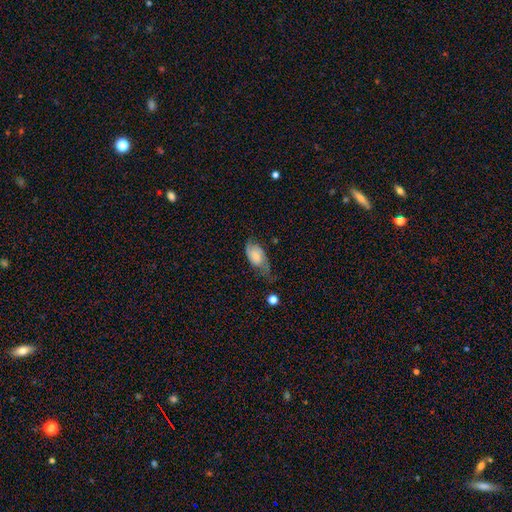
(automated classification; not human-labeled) Morphology: type=smooth (53%); roundness=in between (90%); merging=none (38%).